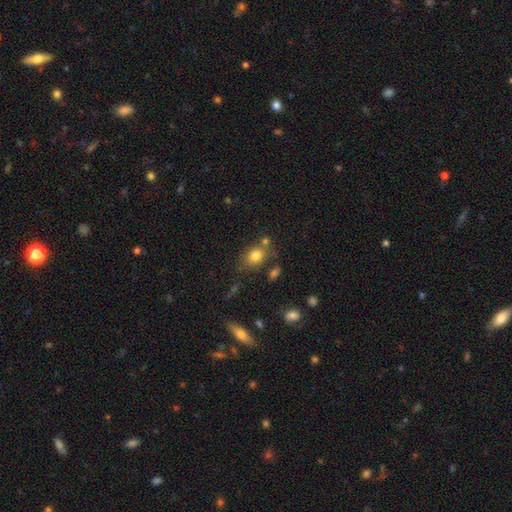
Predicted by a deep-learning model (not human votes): Smooth or featured?
  - smooth: 79% *
  - star or artifact: 11%
  - featured or disk: 10%
How rounded?
  - in between: 64% *
  - round: 34%
  - cigar-shaped: 2%
Merging?
  - none: 64% *
  - minor disturbance: 17%
  - merger: 14%
  - major disturbance: 6%